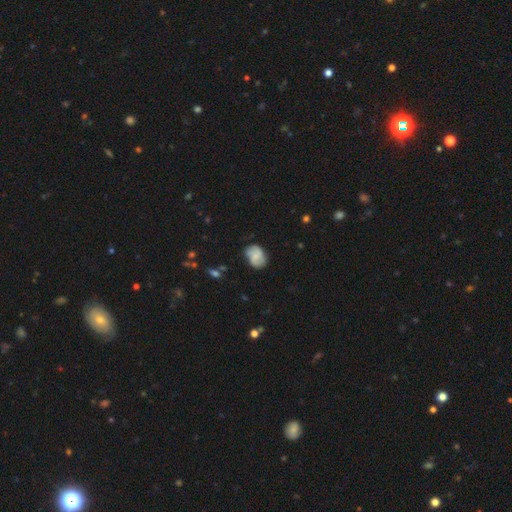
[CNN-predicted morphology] Smooth or featured? Predicted: smooth (p=0.51). How rounded? Predicted: in between (p=0.65). Merging? Predicted: none (p=0.70).